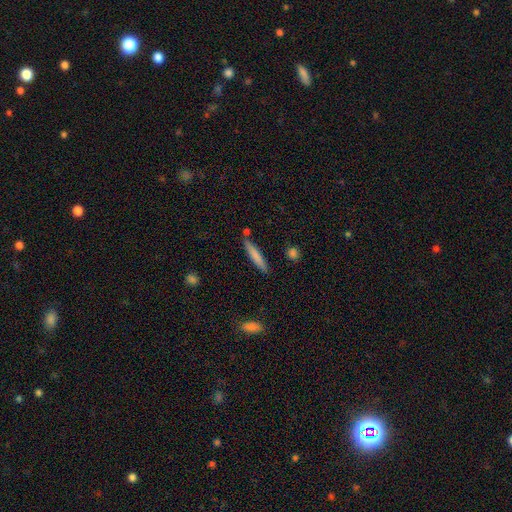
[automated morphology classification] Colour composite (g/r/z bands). It shows a smooth galaxy with no disk features (74%) that is cigar-shaped (91%). Merging: none (82%).